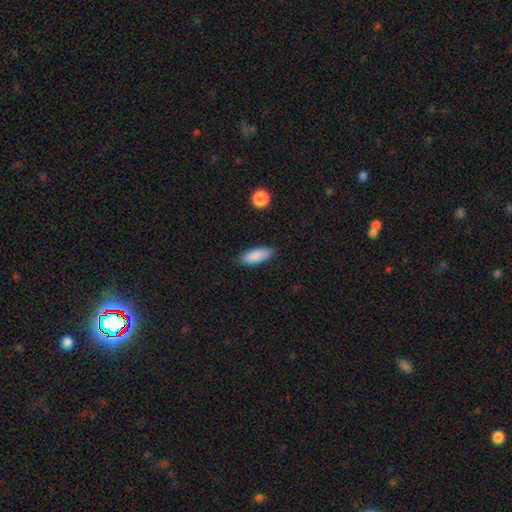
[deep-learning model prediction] Overall: smooth (87%). How rounded: in between (72%). Merging: none (83%).